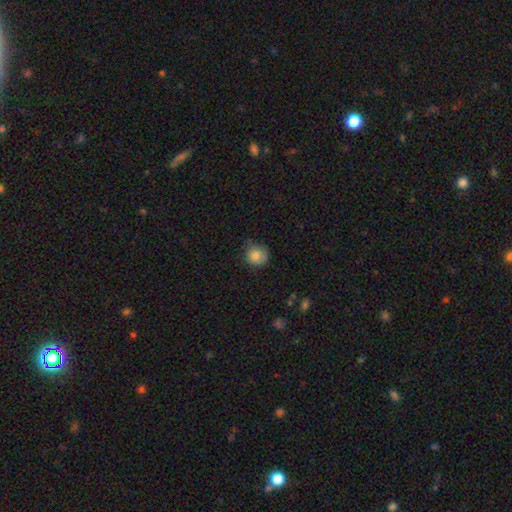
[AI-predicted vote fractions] Morphology: type=smooth (83%); roundness=round (85%); merging=none (68%).